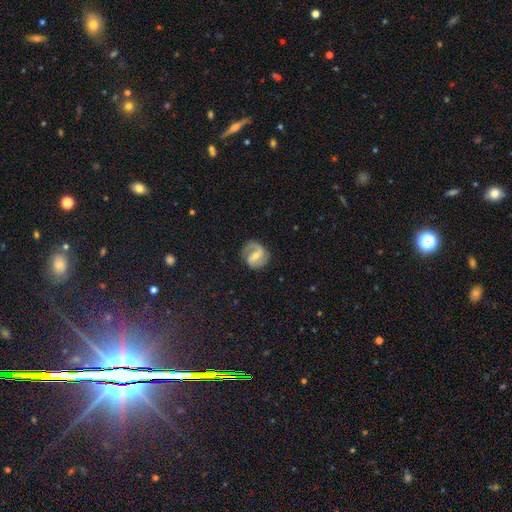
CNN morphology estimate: This is clearly a featured or disk galaxy (82%). It is clearly not viewed edge-on (98%). Bar: possibly weak (47%). Spiral arm pattern: clearly yes (94%). Spiral arm count: clearly 2 (89%). Spiral winding: possibly medium (51%). Central bulge: possibly small (49%). Merging: clearly none (82%).